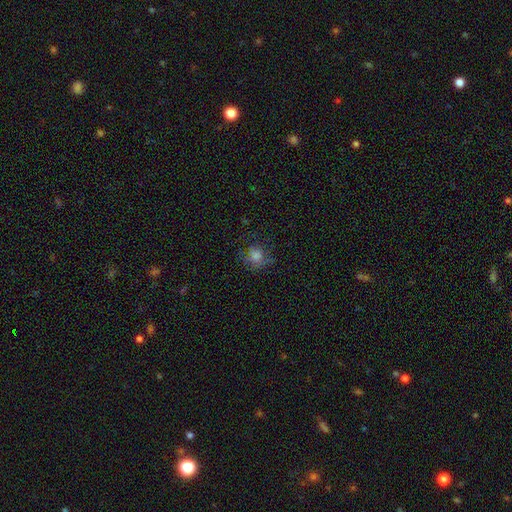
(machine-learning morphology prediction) Q: Smooth or featured?
A: smooth (61%); runner-up: star or artifact (20%)
Q: How rounded?
A: round (82%); runner-up: in between (17%)
Q: Merging?
A: none (66%); runner-up: minor disturbance (19%)